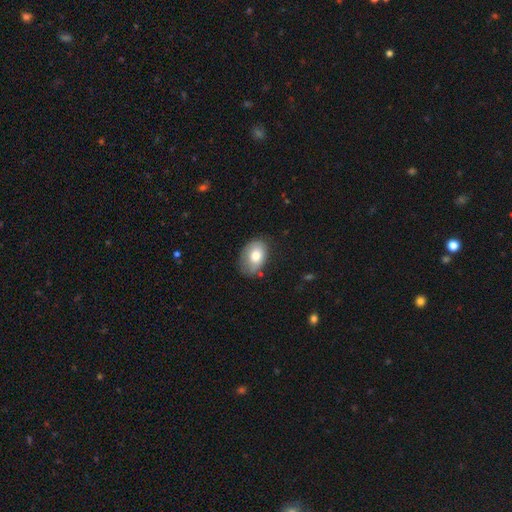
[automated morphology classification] A smooth galaxy with no disk features (75%) that is in between round and cigar-shaped (84%). Merging: none (65%).